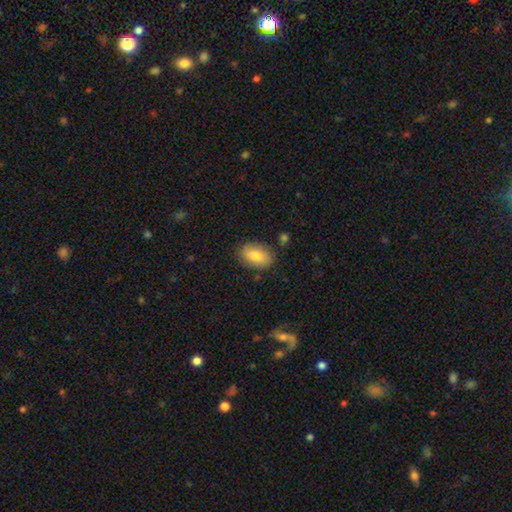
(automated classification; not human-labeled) smooth 81%, featured or disk 12%, star or artifact 7%. Down the decision tree: how rounded — in between (88%); merging — none (83%).